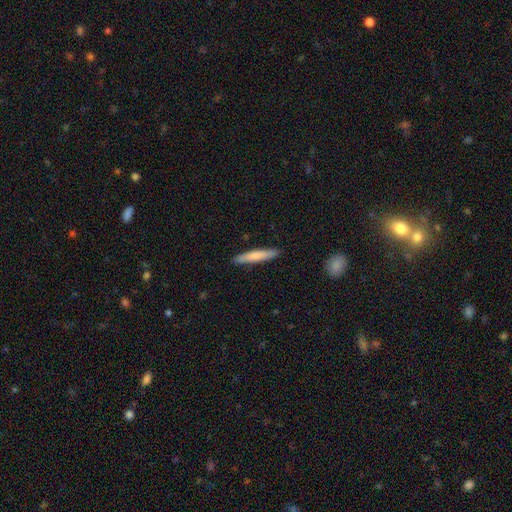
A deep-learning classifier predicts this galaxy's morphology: A smooth galaxy with no disk features (74%) that is cigar-shaped (92%).

Vote fractions:
- Smooth or featured? smooth: 74% / featured or disk: 21% / star or artifact: 5%
- How rounded? cigar-shaped: 92% / in between: 7% / round: 1%
- Merging? none: 90% / minor disturbance: 7% / major disturbance: 1% / merger: 1%